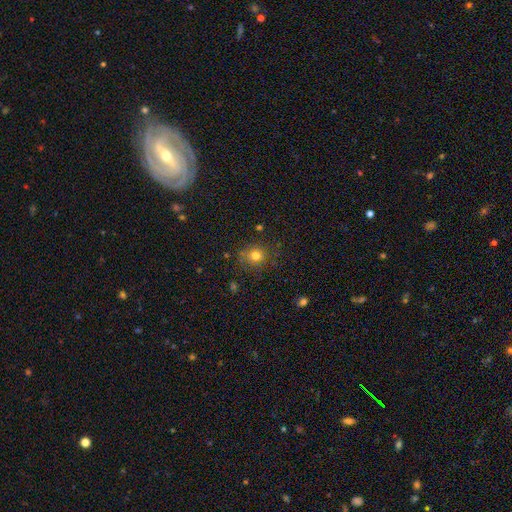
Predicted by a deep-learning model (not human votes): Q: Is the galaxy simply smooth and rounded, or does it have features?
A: smooth — 78%.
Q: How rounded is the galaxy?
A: round — 83%.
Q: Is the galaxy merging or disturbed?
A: none — 80%.